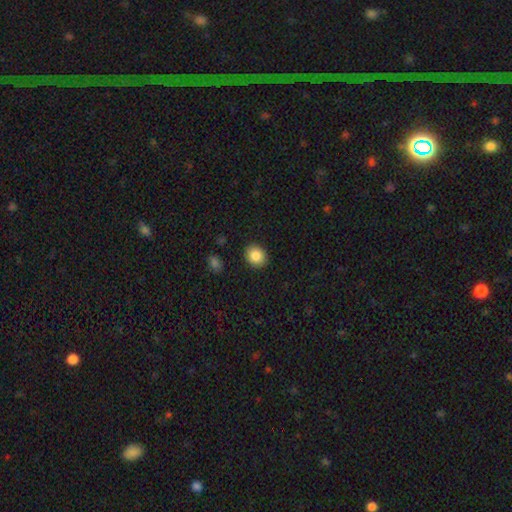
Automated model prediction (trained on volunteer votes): Morphology: type=smooth (86%); roundness=round (68%); merging=none (90%).